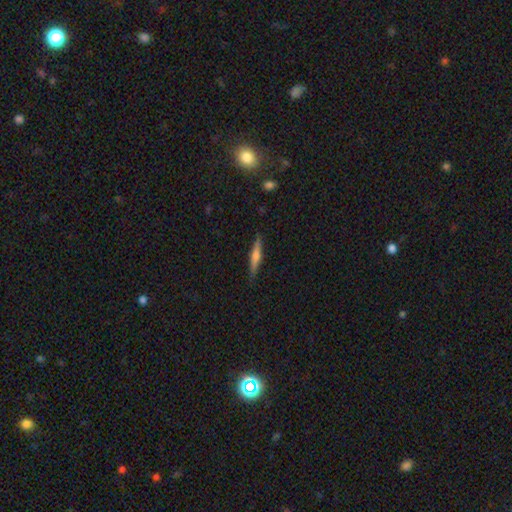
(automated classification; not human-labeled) Smooth or featured?
  - featured or disk: 50% *
  - smooth: 43%
  - star or artifact: 7%
Edge-on disk?
  - yes: 97% *
  - no: 3%
Merging?
  - none: 88% *
  - minor disturbance: 9%
  - major disturbance: 2%
  - merger: 1%